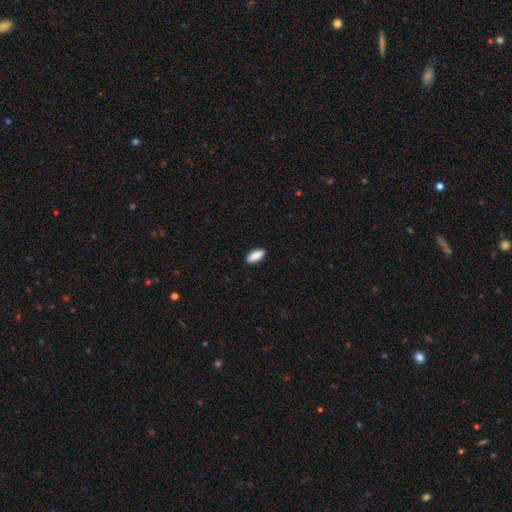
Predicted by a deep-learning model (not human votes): smooth 91%, star or artifact 6%, featured or disk 3%. Down the decision tree: how rounded — in between (82%); merging — none (90%).